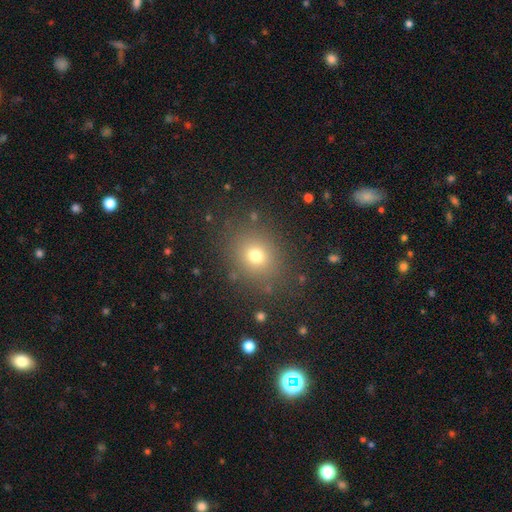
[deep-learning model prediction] A smooth galaxy with no disk features (72%) that is round (65%).

Vote fractions:
- Smooth or featured? smooth: 72% / star or artifact: 18% / featured or disk: 10%
- How rounded? round: 65% / in between: 34% / cigar-shaped: 1%
- Merging? none: 83% / minor disturbance: 10% / major disturbance: 5% / merger: 2%